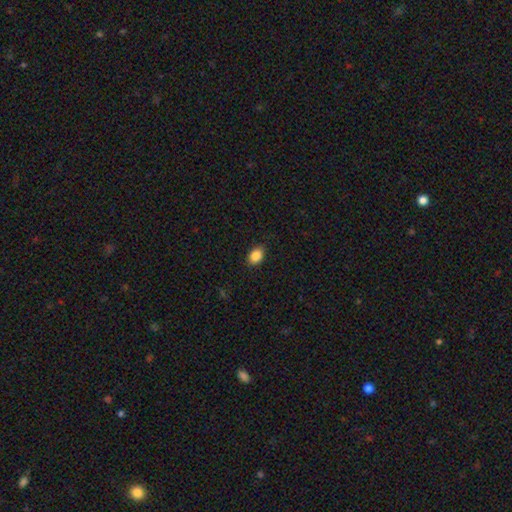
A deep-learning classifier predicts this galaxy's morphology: type=smooth (87%); roundness=in between (79%); merging=none (88%).